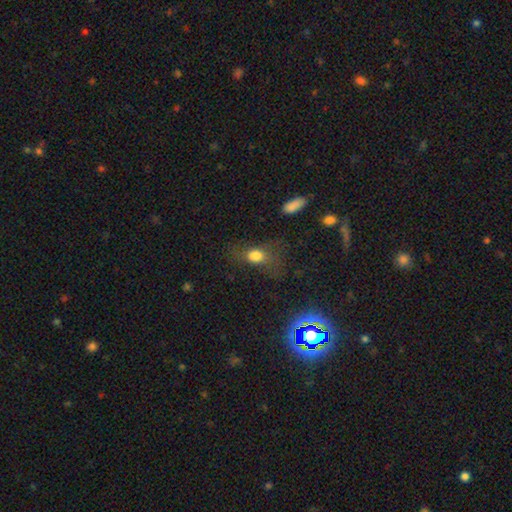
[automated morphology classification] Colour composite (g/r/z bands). It shows a smooth galaxy with no disk features (72%) that is in between round and cigar-shaped (63%). Merging: none (49%).